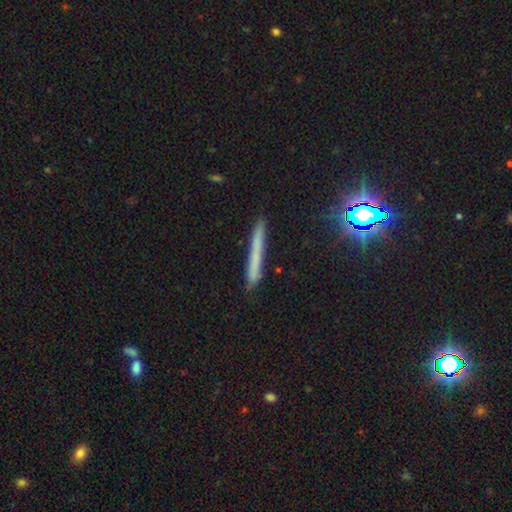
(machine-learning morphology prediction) Smooth or featured? smooth (58%)
How rounded? cigar-shaped (96%)
Merging? none (87%)